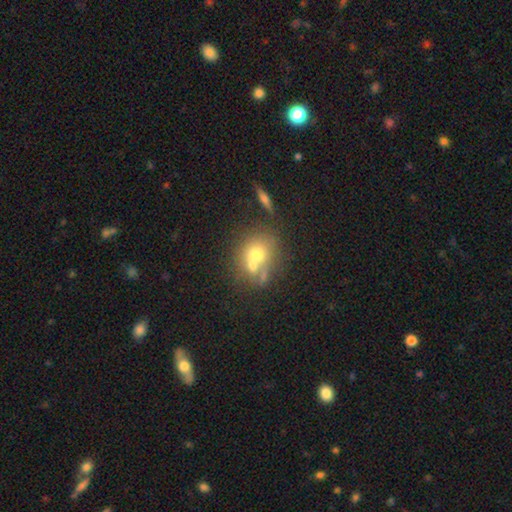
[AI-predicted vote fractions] Q: Smooth or featured?
A: smooth (59%); runner-up: featured or disk (21%)
Q: How rounded?
A: round (69%); runner-up: in between (30%)
Q: Merging?
A: none (46%); runner-up: merger (39%)